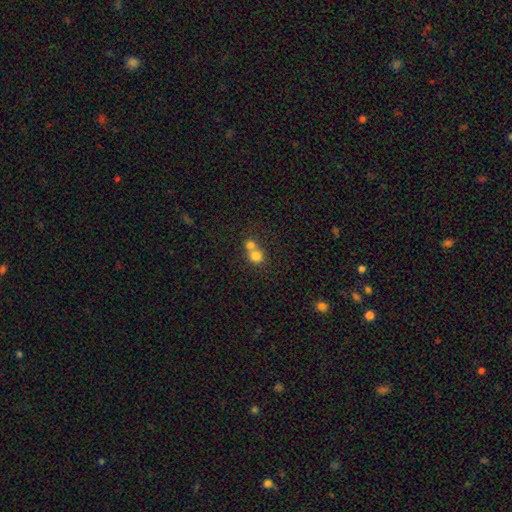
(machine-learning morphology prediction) A smooth galaxy with no disk features (77%) that is round (80%). Merging: merger (63%).